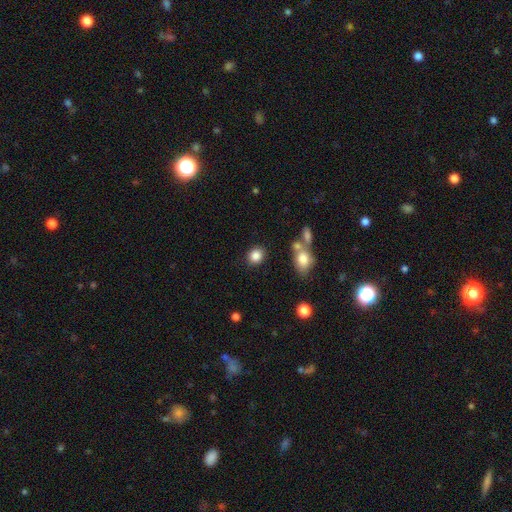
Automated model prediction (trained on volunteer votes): Smooth or featured? Predicted: smooth (p=0.85). How rounded? Predicted: round (p=0.63). Merging? Predicted: none (p=0.83).